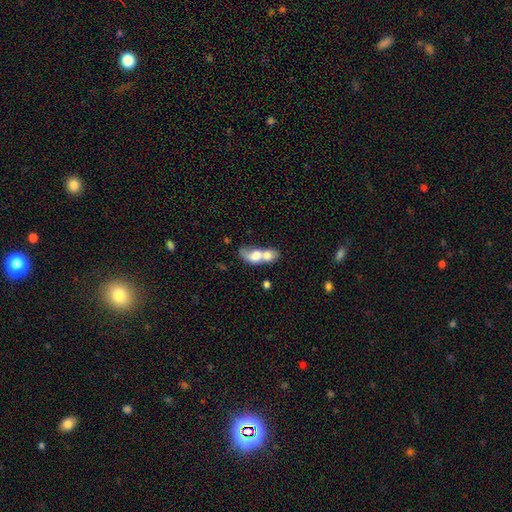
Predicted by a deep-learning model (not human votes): Smooth or featured? Predicted: smooth (p=0.63). How rounded? Predicted: in between (p=0.69). Merging? Predicted: merger (p=0.78).